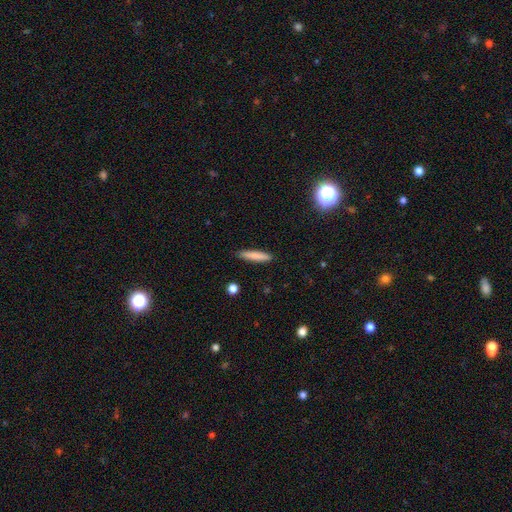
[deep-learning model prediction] A smooth galaxy with no disk features (81%) that is cigar-shaped (89%).

Vote fractions:
- Smooth or featured? smooth: 81% / featured or disk: 12% / star or artifact: 7%
- How rounded? cigar-shaped: 89% / in between: 9% / round: 1%
- Merging? none: 90% / minor disturbance: 7% / major disturbance: 2% / merger: 1%